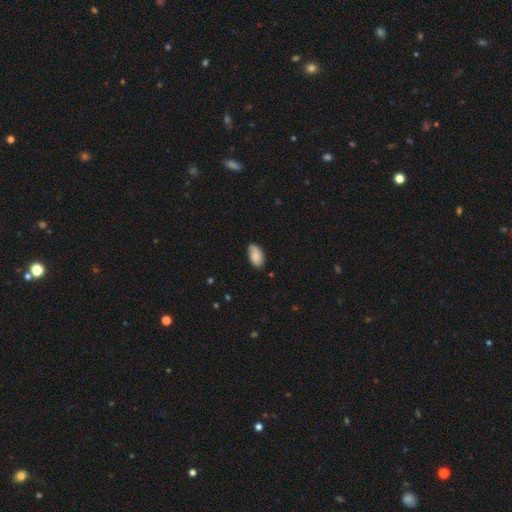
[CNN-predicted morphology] A smooth galaxy with no disk features (73%) that is in between round and cigar-shaped (93%).

Vote fractions:
- Smooth or featured? smooth: 73% / featured or disk: 20% / star or artifact: 7%
- How rounded? in between: 93% / round: 4% / cigar-shaped: 2%
- Merging? none: 66% / minor disturbance: 25% / major disturbance: 6% / merger: 2%